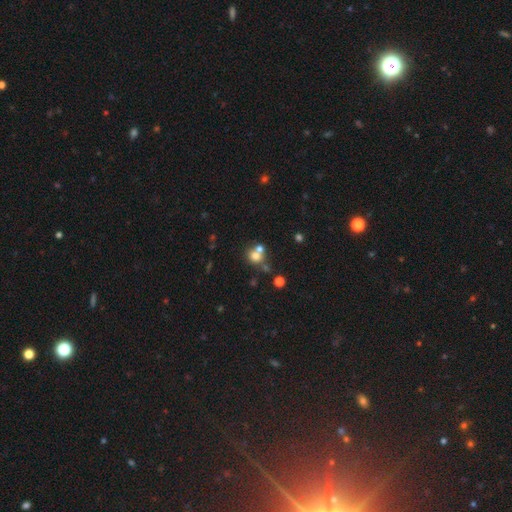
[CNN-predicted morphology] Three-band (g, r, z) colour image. It shows a smooth galaxy with no disk features (70%) that is round (82%). Merging: none (45%).